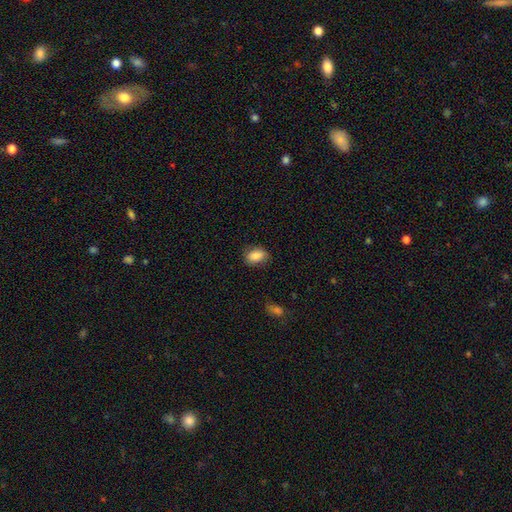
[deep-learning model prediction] This is clearly a smooth galaxy (86%). How rounded: clearly in between (80%). Merging: likely none (79%).